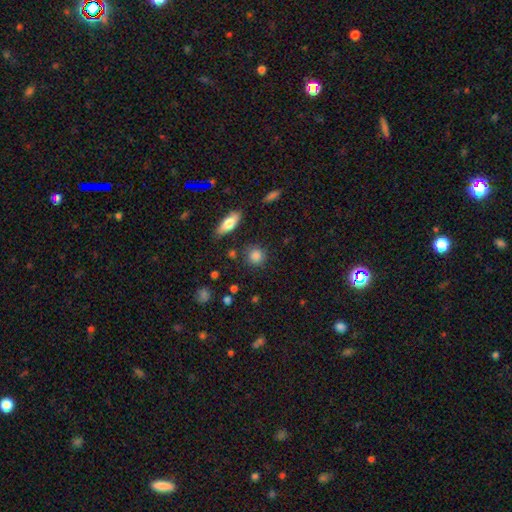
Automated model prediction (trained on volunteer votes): Smooth or featured: smooth — 84% (star or artifact — 10%)
How rounded: round — 85% (in between — 13%)
Merging: none — 84% (minor disturbance — 10%)